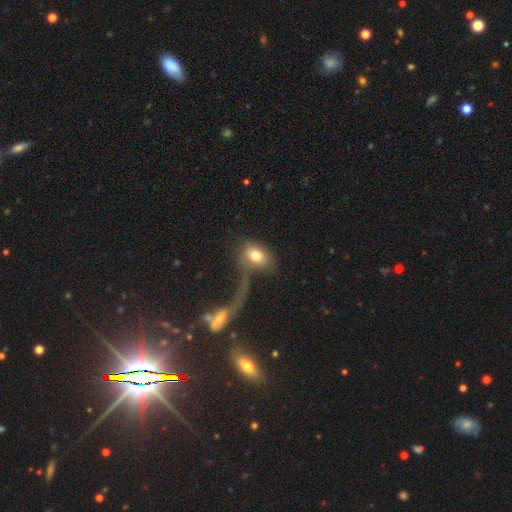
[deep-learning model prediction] Morphology: type=smooth (77%); roundness=in between (82%); merging=major disturbance (30%, tied with merger).